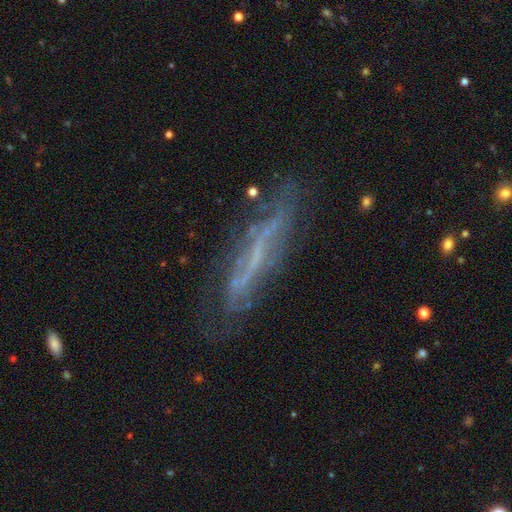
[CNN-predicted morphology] This is likely a featured or disk galaxy (63%). It is likely viewed edge-on (63%). Merging: likely none (67%).